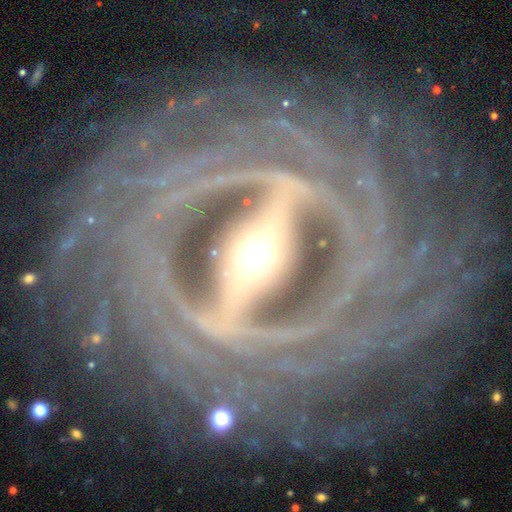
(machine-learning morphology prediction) A featured or disk galaxy (92%) with a strong bar (86%), more than 4 (41%) tight (78%) spiral arms (95%) and a moderate central bulge (60%).

Vote fractions:
- Smooth or featured? featured or disk: 92% / star or artifact: 5% / smooth: 3%
- Edge-on disk? no: 85% / yes: 15%
- Bar? strong: 86% / weak: 9% / no: 5%
- Spiral arms? yes: 95% / no: 5%
- Spiral winding? tight: 78% / medium: 15% / loose: 6%
- Spiral arm count? more than 4: 41% / can't tell: 18% / 4: 13% / 2: 11% / 3: 9% / 1: 8%
- Bulge size? moderate: 60% / small: 24% / large: 13% / dominant: 2% / none: 1%
- Merging? none: 80% / minor disturbance: 11% / major disturbance: 7% / merger: 2%